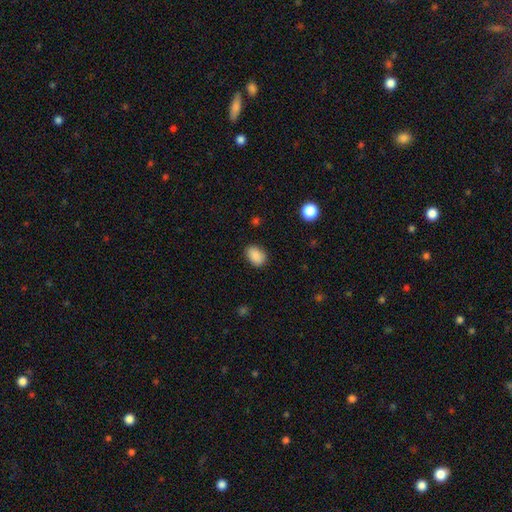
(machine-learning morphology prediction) Smooth or featured? smooth (89%)
How rounded? in between (78%)
Merging? none (83%)